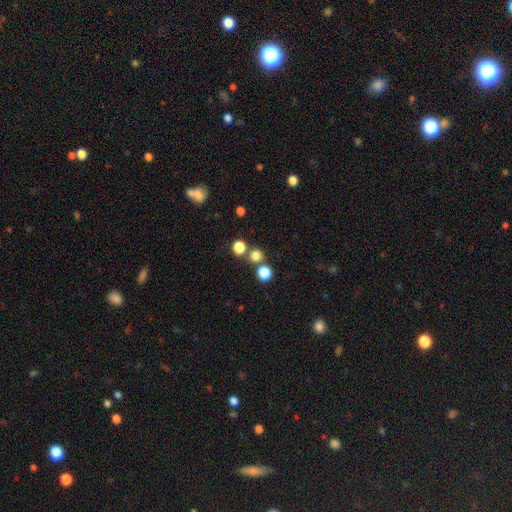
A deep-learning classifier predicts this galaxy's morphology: Overall: smooth (75%). How rounded: round (87%). Merging: none (70%).